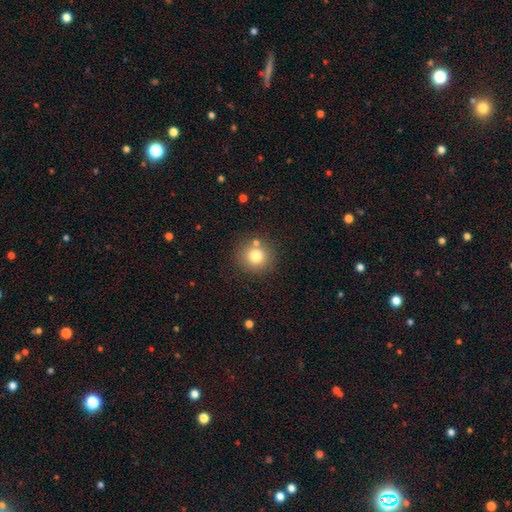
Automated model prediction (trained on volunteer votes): Smooth or featured?
  - smooth: 77% *
  - star or artifact: 13%
  - featured or disk: 11%
How rounded?
  - round: 93% *
  - in between: 6%
  - cigar-shaped: 1%
Merging?
  - none: 79% *
  - merger: 9%
  - minor disturbance: 9%
  - major disturbance: 3%